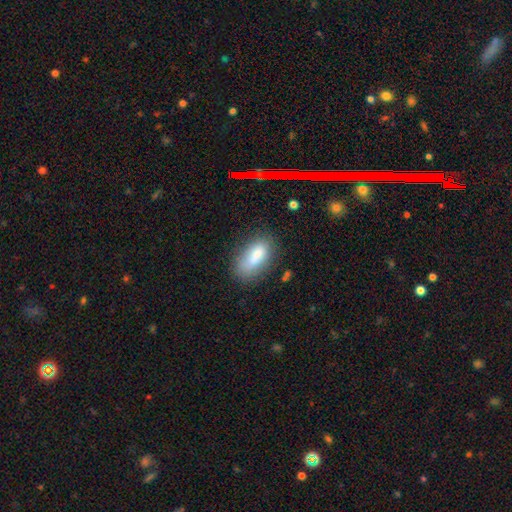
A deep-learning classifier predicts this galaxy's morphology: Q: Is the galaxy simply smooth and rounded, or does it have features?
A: smooth — 78%.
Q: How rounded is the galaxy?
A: in between — 86%.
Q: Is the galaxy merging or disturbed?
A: none — 68%.